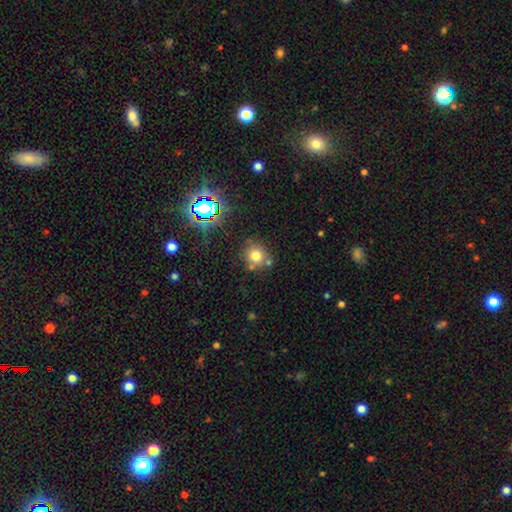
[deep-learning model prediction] Morphology: type=smooth (73%); roundness=round (87%); merging=none (69%).